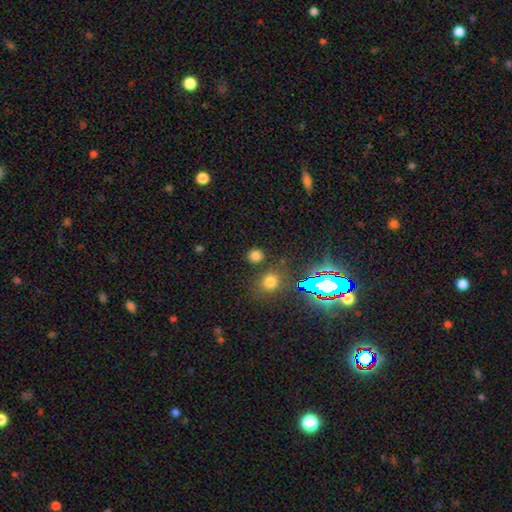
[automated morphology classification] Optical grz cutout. It shows a smooth galaxy with no disk features (73%) that is round (85%). Merging: none (82%).